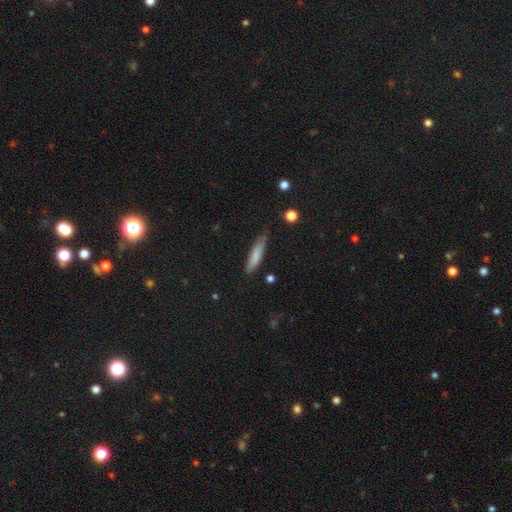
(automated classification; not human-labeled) Smooth or featured? Predicted: smooth (p=0.79). How rounded? Predicted: cigar-shaped (p=0.79). Merging? Predicted: none (p=0.72).